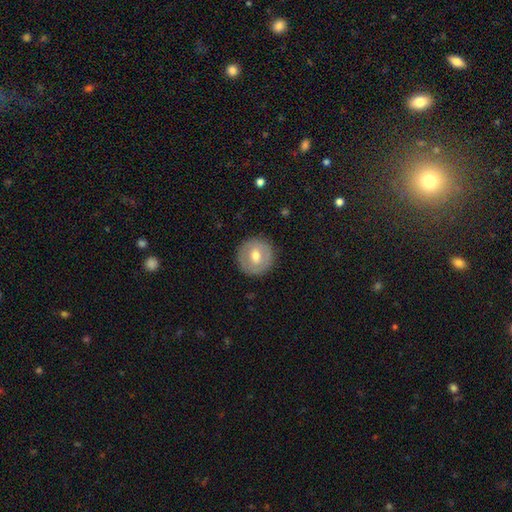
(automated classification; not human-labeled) smooth_or_featured: smooth (p=0.56) [alt: featured or disk p=0.37]
how_rounded: round (p=0.94) [alt: in between p=0.05]
merging: none (p=0.89) [alt: minor disturbance p=0.08]